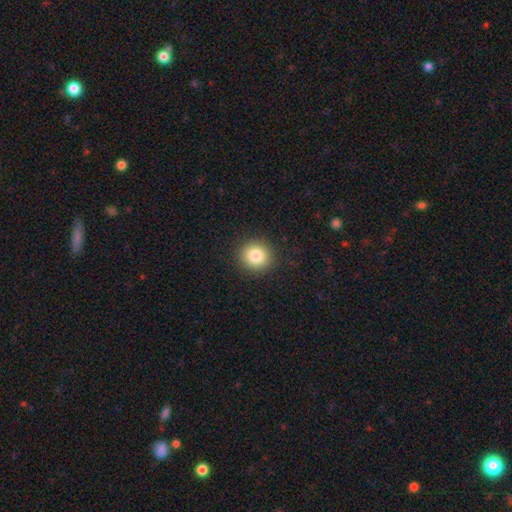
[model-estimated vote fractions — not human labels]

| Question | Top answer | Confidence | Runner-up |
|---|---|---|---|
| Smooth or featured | smooth | 83% | star or artifact (10%) |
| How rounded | round | 90% | in between (9%) |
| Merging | none | 91% | minor disturbance (6%) |